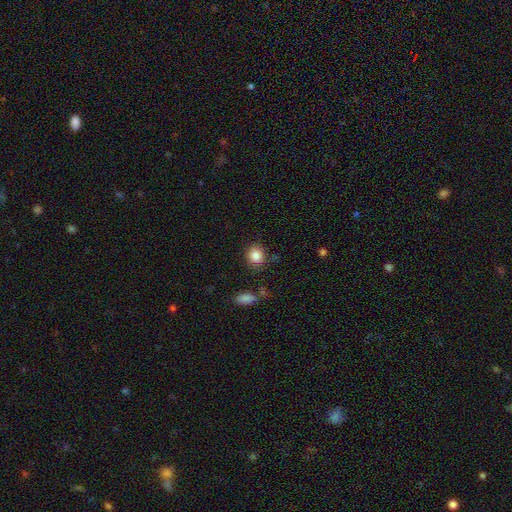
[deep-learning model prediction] smooth-or-featured: smooth: 86% | star or artifact: 9% | featured or disk: 5%
  how-rounded: round: 79% | in between: 20% | cigar-shaped: 1%
  merging: none: 80% | minor disturbance: 13% | major disturbance: 4% | merger: 3%